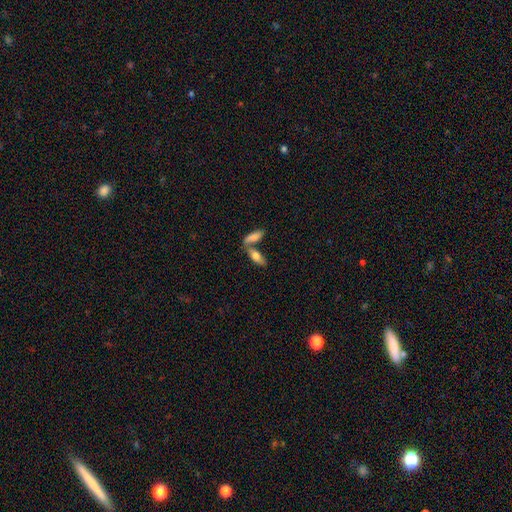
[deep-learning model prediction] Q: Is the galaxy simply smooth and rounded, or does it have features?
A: smooth — 71%.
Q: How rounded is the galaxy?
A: in between — 69%.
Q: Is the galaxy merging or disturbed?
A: merger — 46%.